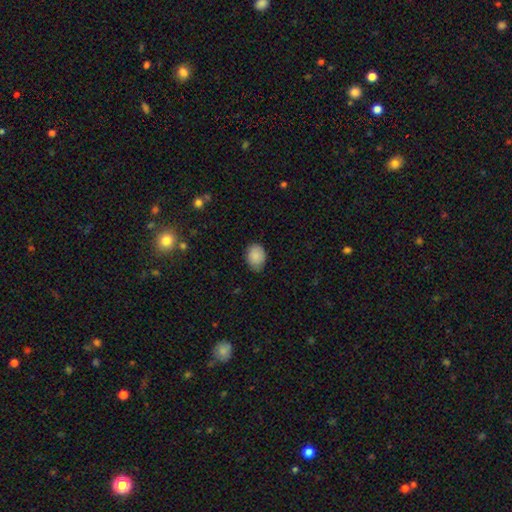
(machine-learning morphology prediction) Q: Smooth or featured?
A: smooth (88%); runner-up: star or artifact (7%)
Q: How rounded?
A: in between (67%); runner-up: round (32%)
Q: Merging?
A: none (76%); runner-up: minor disturbance (20%)